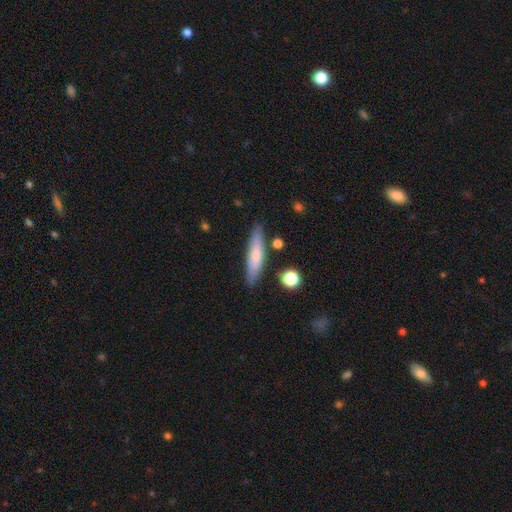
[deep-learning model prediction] A smooth galaxy with no disk features (66%) that is cigar-shaped (80%). Merging: none (83%).